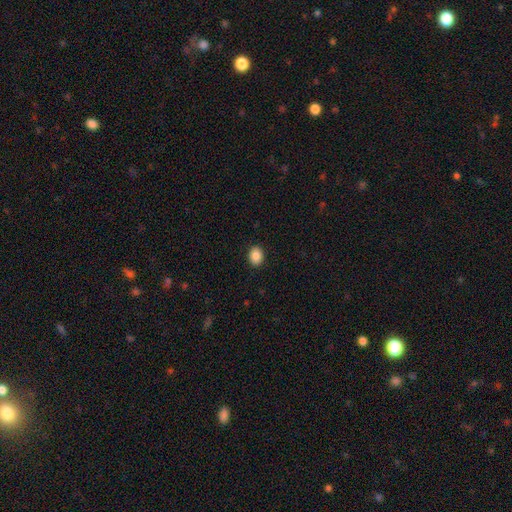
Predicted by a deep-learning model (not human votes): Q: Smooth or featured?
A: smooth (87%); runner-up: star or artifact (9%)
Q: How rounded?
A: in between (57%); runner-up: round (42%)
Q: Merging?
A: none (91%); runner-up: minor disturbance (6%)